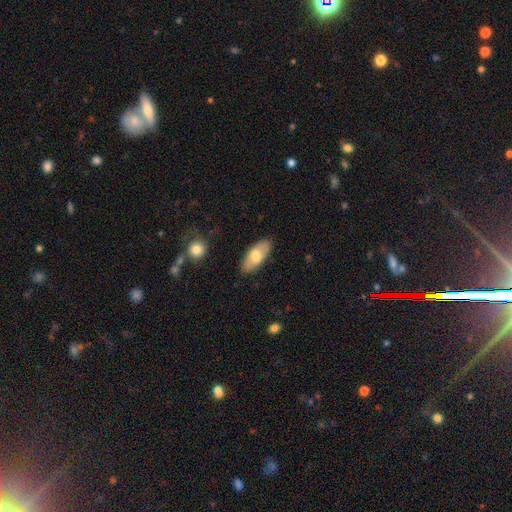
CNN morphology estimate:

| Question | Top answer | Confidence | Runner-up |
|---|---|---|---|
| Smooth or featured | smooth | 69% | featured or disk (25%) |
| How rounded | in between | 85% | cigar-shaped (12%) |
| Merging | none | 84% | minor disturbance (12%) |